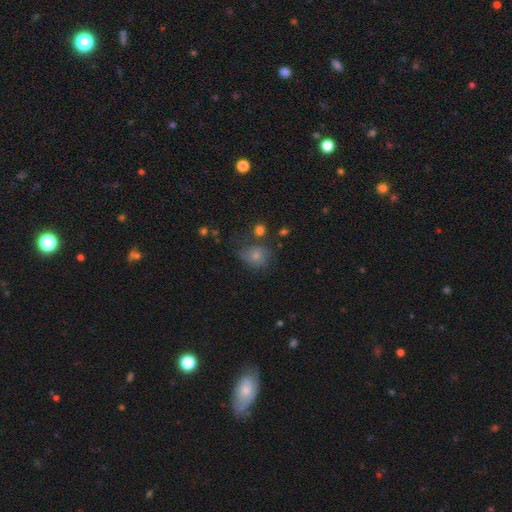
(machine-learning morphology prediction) Smooth or featured? Predicted: smooth (p=0.70). How rounded? Predicted: round (p=0.56). Merging? Predicted: none (p=0.49).